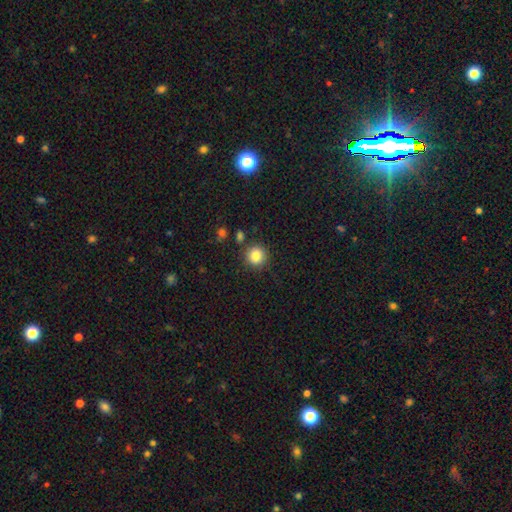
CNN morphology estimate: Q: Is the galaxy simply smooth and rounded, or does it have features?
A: smooth — 84%.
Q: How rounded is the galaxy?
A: round — 92%.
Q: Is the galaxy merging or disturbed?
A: none — 84%.